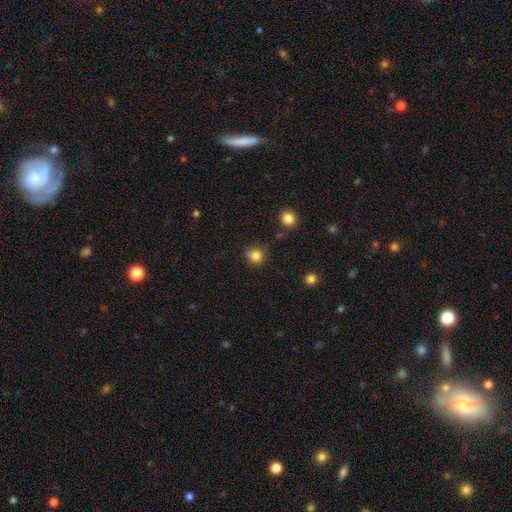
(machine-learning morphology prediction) smooth-or-featured: smooth: 82% | star or artifact: 12% | featured or disk: 5%
  how-rounded: round: 86% | in between: 13% | cigar-shaped: 1%
  merging: none: 74% | minor disturbance: 17% | merger: 5% | major disturbance: 4%